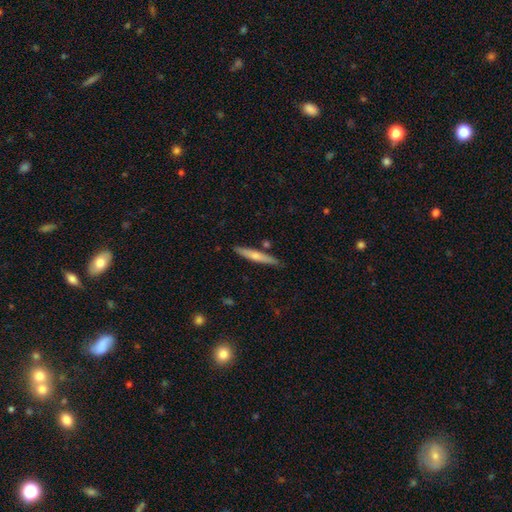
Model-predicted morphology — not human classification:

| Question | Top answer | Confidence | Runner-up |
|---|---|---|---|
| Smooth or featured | smooth | 55% | featured or disk (39%) |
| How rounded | cigar-shaped | 93% | in between (6%) |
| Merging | none | 84% | minor disturbance (10%) |